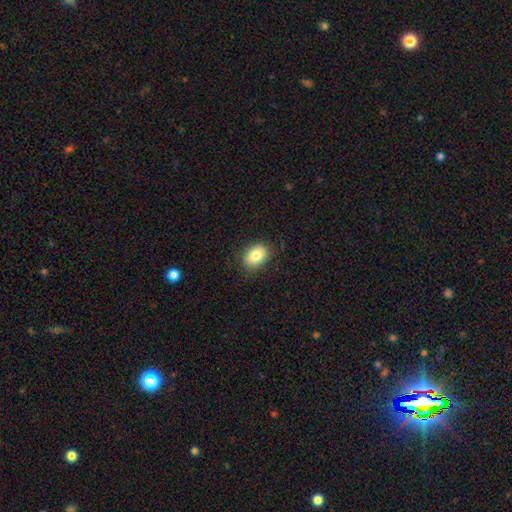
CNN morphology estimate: A smooth galaxy with no disk features (83%) that is in between round and cigar-shaped (78%). Merging: none (85%).